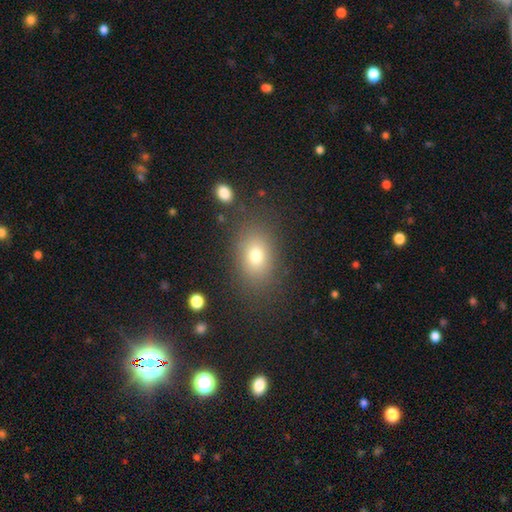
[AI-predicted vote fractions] Smooth or featured: smooth — 75% (star or artifact — 14%)
How rounded: in between — 75% (round — 24%)
Merging: none — 82% (minor disturbance — 11%)